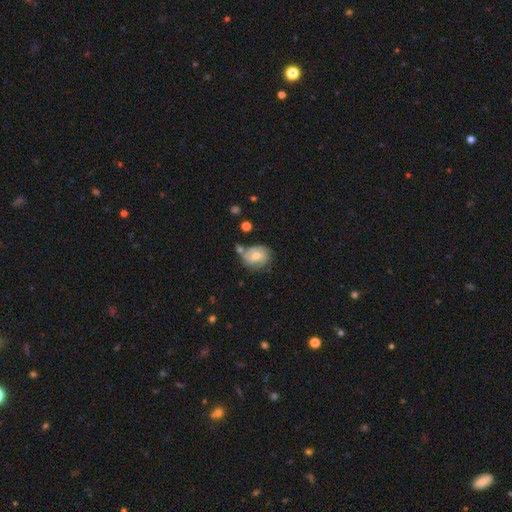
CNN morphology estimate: This appears to be a smooth galaxy with no disk features (47%). Merging: none (50%).